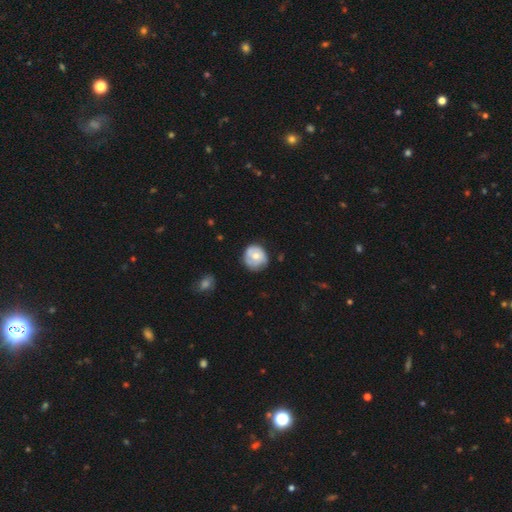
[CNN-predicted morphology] The model was most divided on "smooth or featured": smooth: 52%, featured or disk: 42%, star or artifact: 6%. More confident: how rounded — round (84%); merging — none (61%).